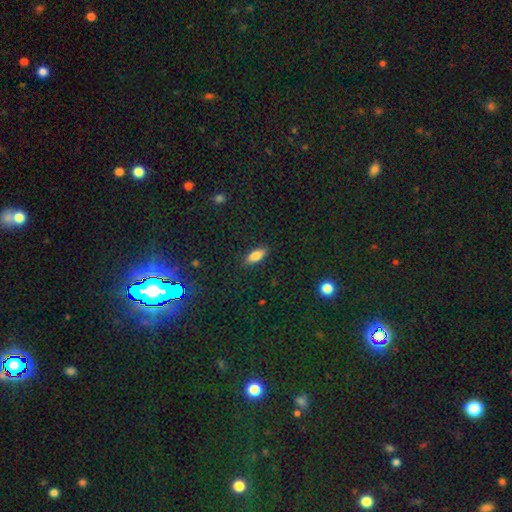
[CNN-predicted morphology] Q: Smooth or featured?
A: smooth (82%); runner-up: featured or disk (9%)
Q: How rounded?
A: in between (76%); runner-up: cigar-shaped (22%)
Q: Merging?
A: none (88%); runner-up: minor disturbance (8%)